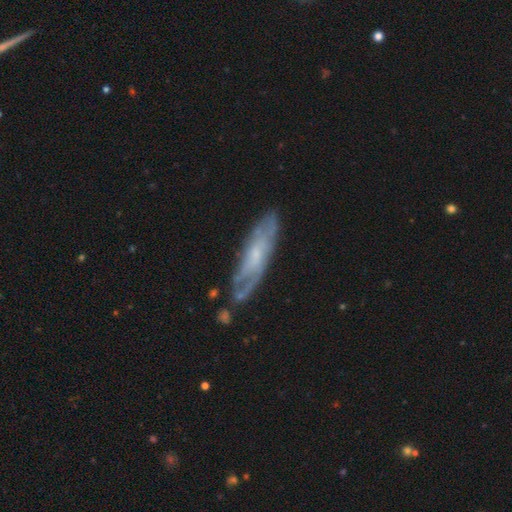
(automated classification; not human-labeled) smooth-or-featured: featured or disk: 67% | smooth: 26% | star or artifact: 7%
  disk-edge-on: no: 67% | yes: 33%
  merging: none: 68% | minor disturbance: 20% | major disturbance: 7% | merger: 4%